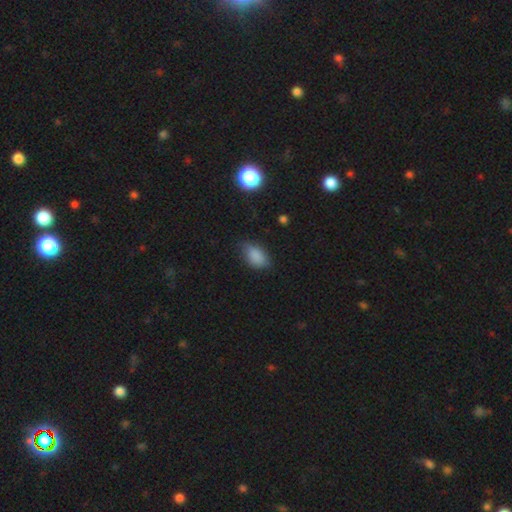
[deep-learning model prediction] smooth 85%, star or artifact 10%, featured or disk 5%. Down the decision tree: how rounded — in between (89%); merging — none (70%).